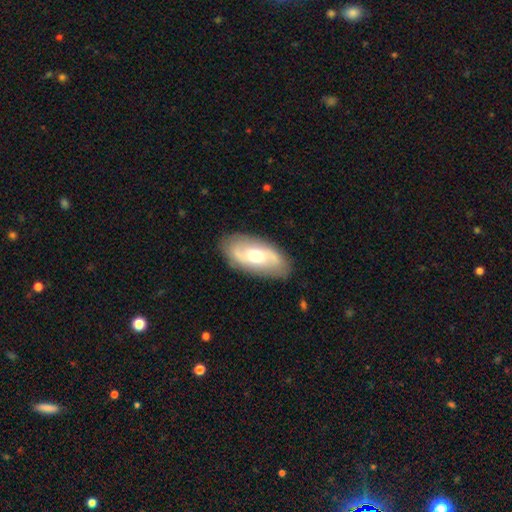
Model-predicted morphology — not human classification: Smooth or featured?
  - featured or disk: 63% *
  - smooth: 32%
  - star or artifact: 5%
Edge-on disk?
  - no: 91% *
  - yes: 9%
Bar?
  - no: 50% *
  - weak: 38%
  - strong: 12%
Spiral arms?
  - yes: 75% *
  - no: 25%
Bulge size?
  - moderate: 70% *
  - large: 17%
  - small: 10%
  - dominant: 1%
  - none: 1%
Merging?
  - none: 84% *
  - minor disturbance: 11%
  - major disturbance: 3%
  - merger: 1%